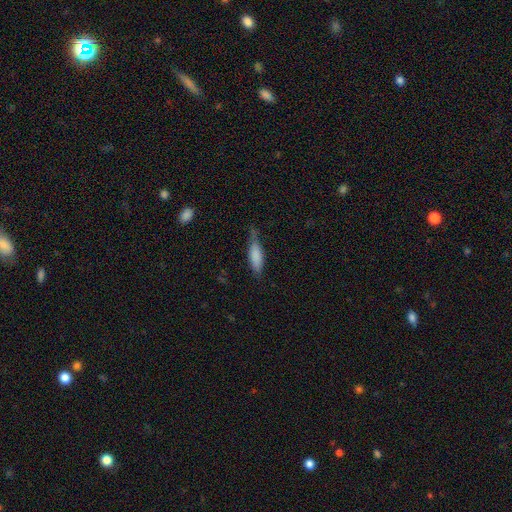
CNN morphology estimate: Overall: smooth (79%). How rounded: in between (51%; cigar-shaped 47%). Merging: none (53%; minor disturbance 35%).